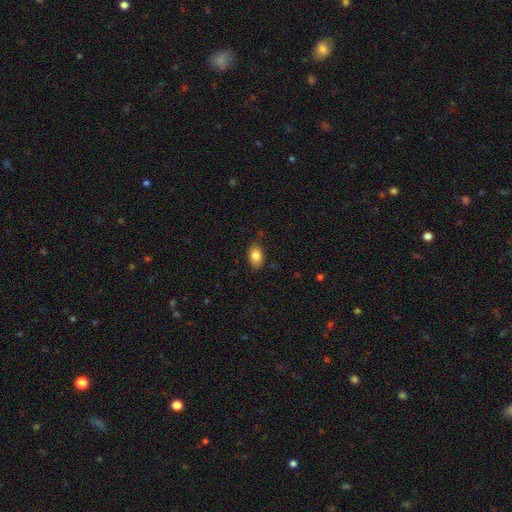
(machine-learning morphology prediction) This is clearly a smooth galaxy (84%). How rounded: clearly in between (87%). Merging: clearly none (82%).